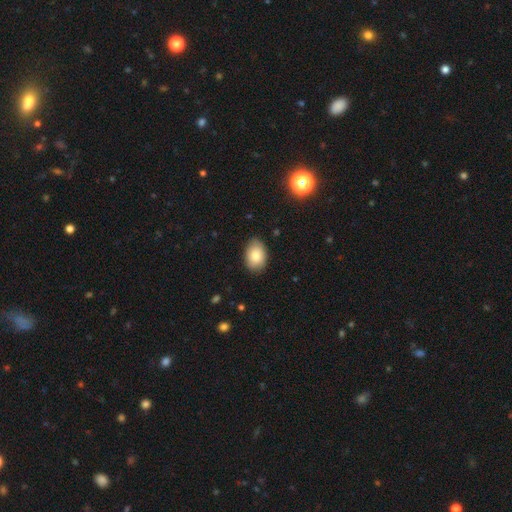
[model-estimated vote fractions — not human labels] Overall: smooth (82%). How rounded: in between (85%). Merging: none (84%).